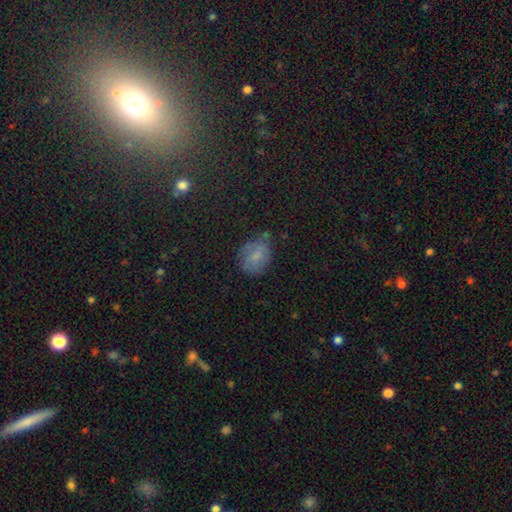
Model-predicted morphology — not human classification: Smooth or featured? smooth (66%)
How rounded? in between (58%)
Merging? none (60%)